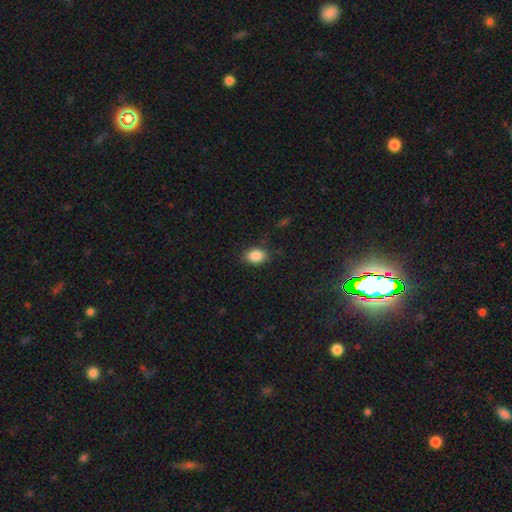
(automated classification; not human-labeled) This appears to be a smooth galaxy with no disk features (87%) that is in between round and cigar-shaped (80%). Merging: none (80%).